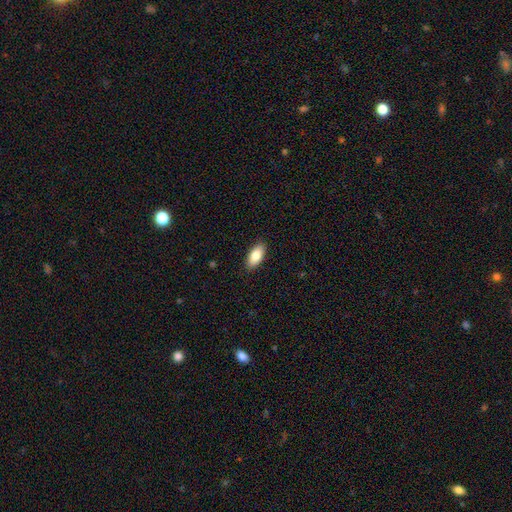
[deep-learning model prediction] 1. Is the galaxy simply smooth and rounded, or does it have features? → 84% smooth, 10% featured or disk, 6% star or artifact.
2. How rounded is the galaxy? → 90% in between, 7% cigar-shaped, 2% round.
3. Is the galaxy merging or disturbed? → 89% none, 9% minor disturbance, 2% major disturbance, 1% merger.